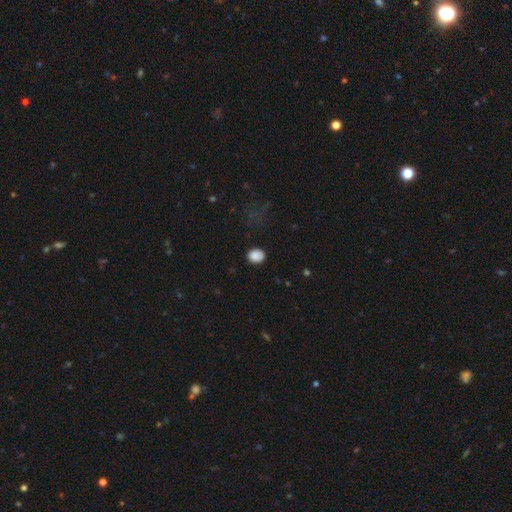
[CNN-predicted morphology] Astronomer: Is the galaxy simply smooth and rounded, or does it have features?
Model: smooth — 87%.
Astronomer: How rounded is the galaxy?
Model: round — 51% (runner-up: in between, 48%).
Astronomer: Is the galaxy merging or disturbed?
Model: none — 83%.